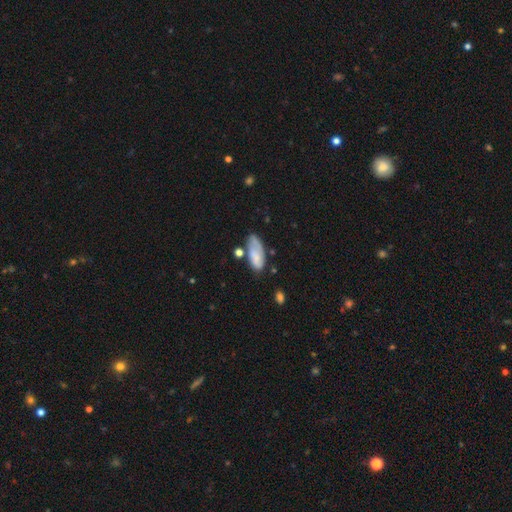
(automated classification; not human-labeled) Smooth or featured: smooth — 68% (featured or disk — 25%)
How rounded: in between — 85% (cigar-shaped — 13%)
Merging: none — 45% (minor disturbance — 32%)